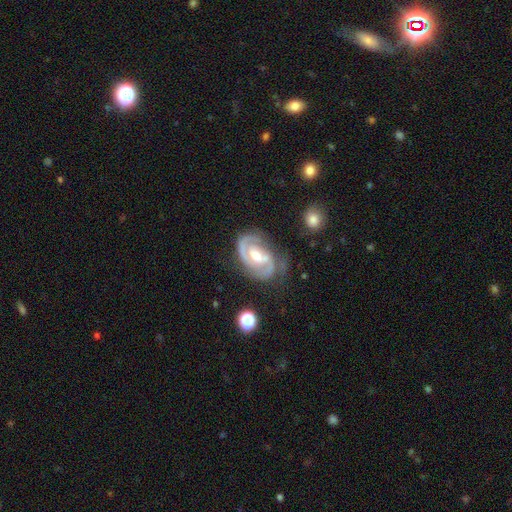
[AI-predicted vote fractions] smooth-or-featured: featured or disk: 89% | smooth: 6% | star or artifact: 4%
  disk-edge-on: no: 97% | yes: 3%
    bar: weak: 50% | strong: 25% | no: 25%
    has-spiral-arms: yes: 96% | no: 4%
      spiral-winding: tight: 45% (tied) | medium: 45% (tied) | loose: 9%
      spiral-arm-count: 2: 83% | can't tell: 6% | 1: 4% | 3: 4% | 4: 1% | more than 4: 1%
    bulge-size: moderate: 63% | small: 26% | large: 8% | none: 3% | dominant: 1%
  merging: none: 64% | minor disturbance: 22% | major disturbance: 11% | merger: 3%